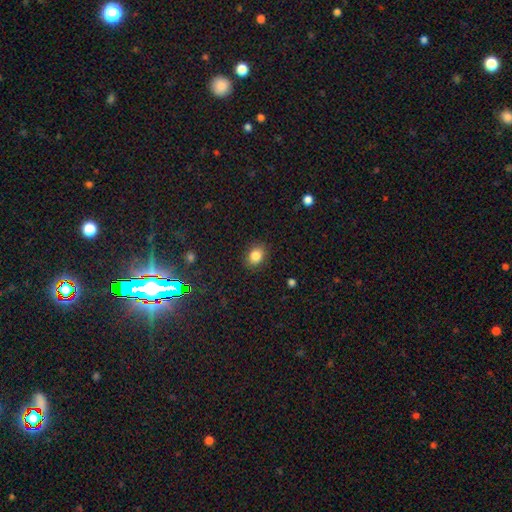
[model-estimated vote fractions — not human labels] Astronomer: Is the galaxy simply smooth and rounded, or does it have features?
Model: smooth — 84%.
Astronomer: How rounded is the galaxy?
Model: in between — 60% (runner-up: round, 39%).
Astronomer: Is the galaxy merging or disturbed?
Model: none — 87%.